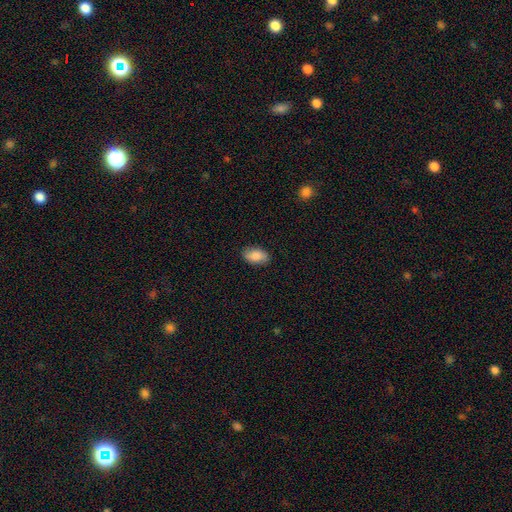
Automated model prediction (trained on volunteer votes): A smooth galaxy with no disk features (86%) that is in between round and cigar-shaped (93%). Merging: none (85%).